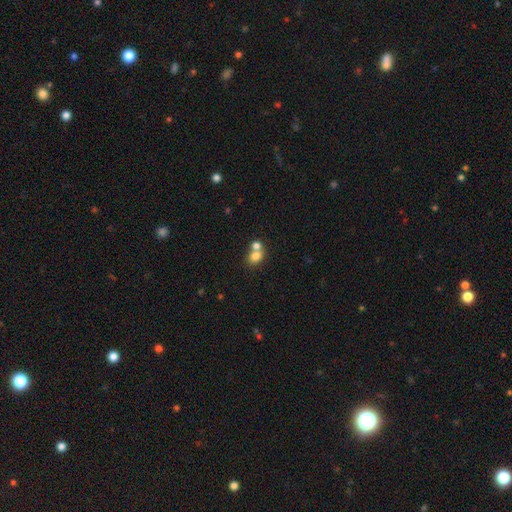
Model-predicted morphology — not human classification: Smooth or featured? Predicted: smooth (p=0.77). How rounded? Predicted: round (p=0.53). Merging? Predicted: merger (p=0.53).